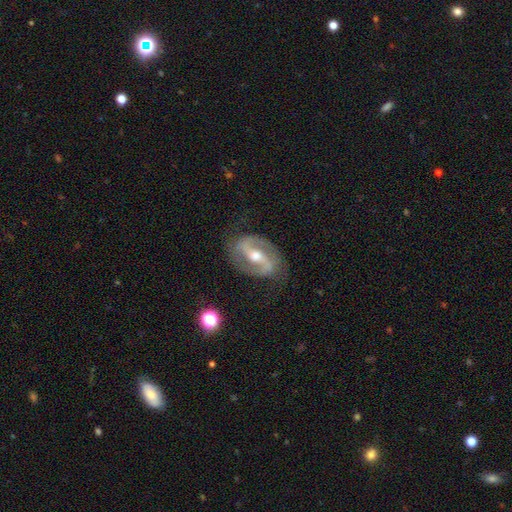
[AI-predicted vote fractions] smooth_or_featured: featured or disk (p=0.89) [alt: smooth p=0.06]
disk_edge_on: no (p=0.96) [alt: yes p=0.04]
bar: strong (p=0.50) [alt: weak p=0.35]
has_spiral_arms: yes (p=0.95) [alt: no p=0.05]
spiral_winding: medium (p=0.54) [alt: loose p=0.25]
spiral_arm_count: 2 (p=0.93) [alt: can't tell p=0.03]
bulge_size: moderate (p=0.69) [alt: small p=0.21]
merging: none (p=0.80) [alt: minor disturbance p=0.13]